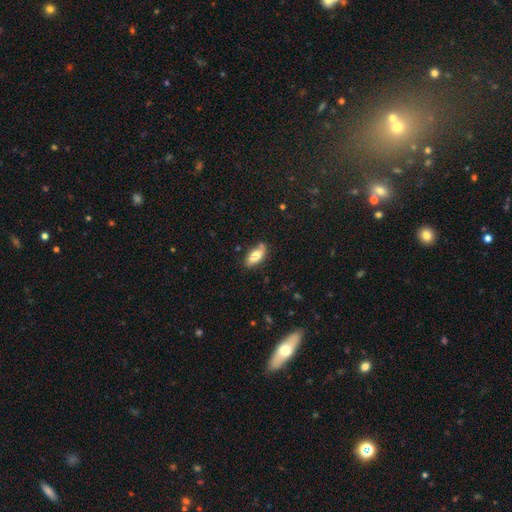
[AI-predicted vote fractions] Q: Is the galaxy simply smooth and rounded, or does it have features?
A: smooth — 72%.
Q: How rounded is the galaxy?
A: in between — 82%.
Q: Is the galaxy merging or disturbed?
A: none — 74%.